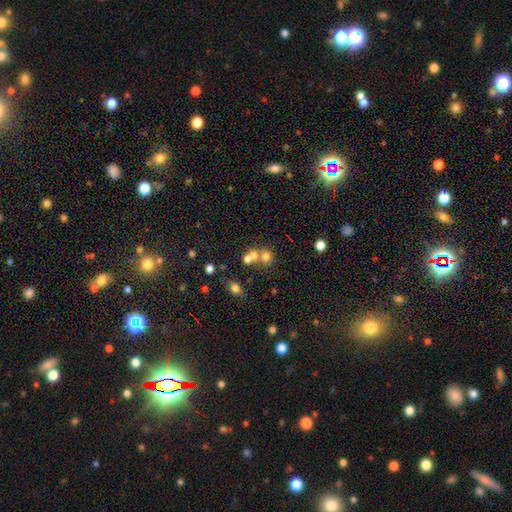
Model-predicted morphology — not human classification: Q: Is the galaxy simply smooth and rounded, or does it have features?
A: smooth — 51%.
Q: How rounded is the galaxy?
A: round — 78%.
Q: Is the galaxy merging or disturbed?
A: none — 53%.